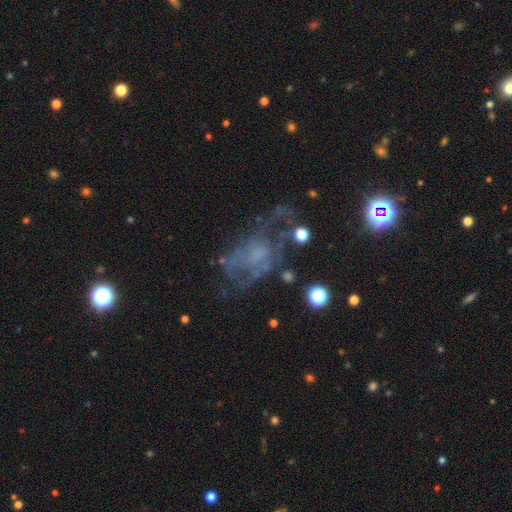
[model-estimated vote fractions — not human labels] Smooth or featured?
  - featured or disk: 63% *
  - smooth: 19%
  - star or artifact: 18%
Edge-on disk?
  - no: 96% *
  - yes: 4%
Bar?
  - no: 78% *
  - weak: 18%
  - strong: 3%
Spiral arms?
  - yes: 57% *
  - no: 43%
Bulge size?
  - none: 48% *
  - small: 24%
  - moderate: 20%
  - large: 6%
  - dominant: 2%
Merging?
  - none: 45% *
  - major disturbance: 31%
  - minor disturbance: 19%
  - merger: 4%